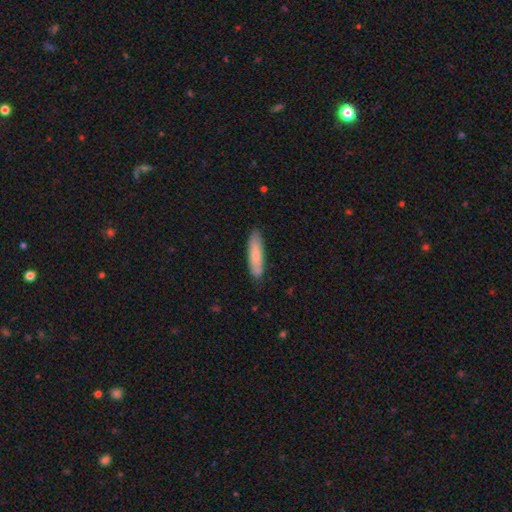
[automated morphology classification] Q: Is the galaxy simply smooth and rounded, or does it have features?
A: smooth — 79%.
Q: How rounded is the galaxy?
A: cigar-shaped — 77%.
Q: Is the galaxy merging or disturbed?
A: none — 83%.